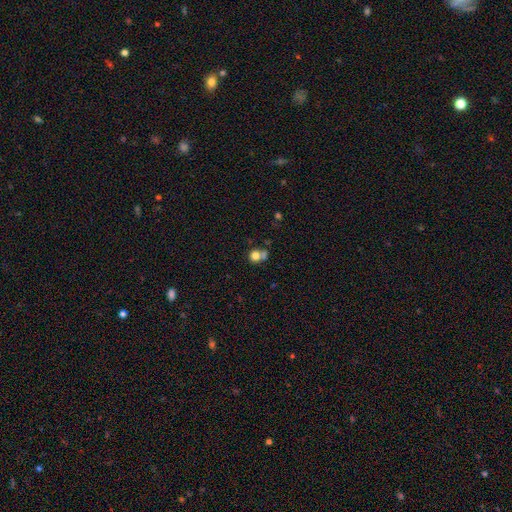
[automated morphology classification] Q: Smooth or featured?
A: smooth (77%); runner-up: star or artifact (12%)
Q: How rounded?
A: round (84%); runner-up: in between (15%)
Q: Merging?
A: none (49%); runner-up: merger (35%)